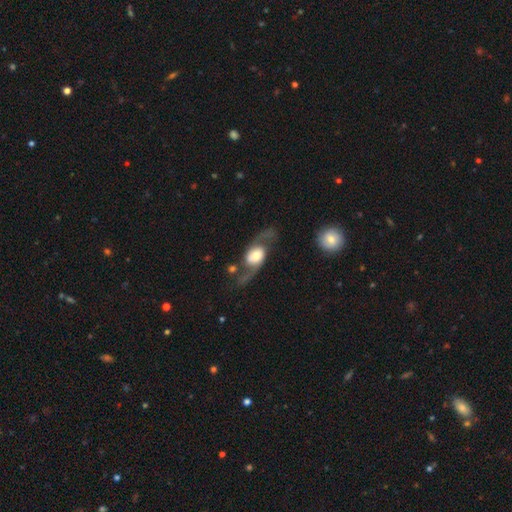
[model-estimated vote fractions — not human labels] smooth-or-featured: featured or disk: 78% | smooth: 17% | star or artifact: 5%
  disk-edge-on: no: 91% | yes: 9%
    bar: no: 57% | weak: 30% | strong: 13%
    has-spiral-arms: yes: 89% | no: 11%
      spiral-winding: loose: 68% | medium: 26% | tight: 6%
      spiral-arm-count: 2: 92% | 1: 3% | can't tell: 3% | 3: 1% | 4: 1% | more than 4: 1%
    bulge-size: moderate: 47% | large: 32% | small: 12% | dominant: 7% | none: 2%
  merging: none: 62% | major disturbance: 17% | minor disturbance: 16% | merger: 5%